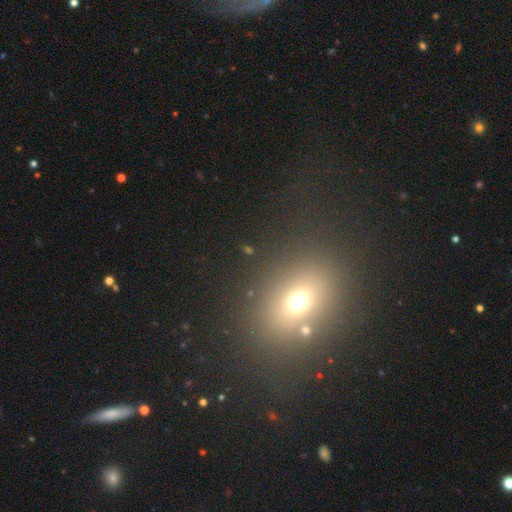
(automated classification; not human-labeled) Q: Smooth or featured?
A: smooth (54%); runner-up: star or artifact (29%)
Q: How rounded?
A: in between (53%); runner-up: round (44%)
Q: Merging?
A: none (75%); runner-up: minor disturbance (11%)